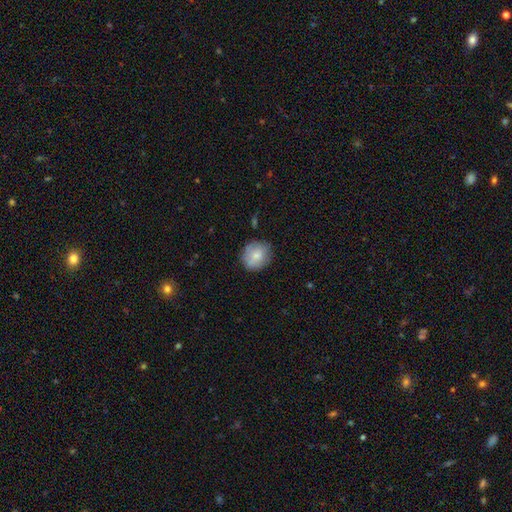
Smooth or featured? 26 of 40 (65%) said smooth. How rounded? 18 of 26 (69%) said round. Merging? 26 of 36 (72%) said none.